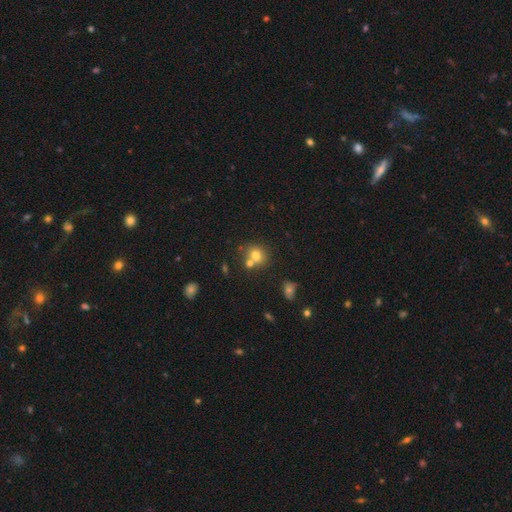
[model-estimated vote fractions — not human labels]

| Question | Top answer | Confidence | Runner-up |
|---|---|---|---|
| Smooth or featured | smooth | 74% | star or artifact (14%) |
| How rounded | round | 73% | in between (26%) |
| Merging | none | 52% | merger (34%) |